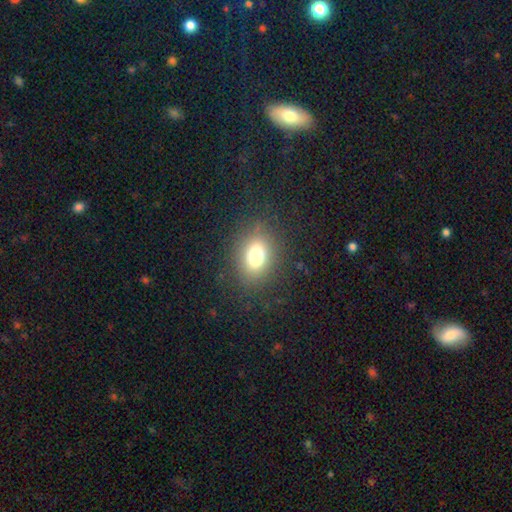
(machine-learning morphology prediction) smooth 75%, star or artifact 13%, featured or disk 12%. Down the decision tree: how rounded — in between (71%); merging — none (82%).